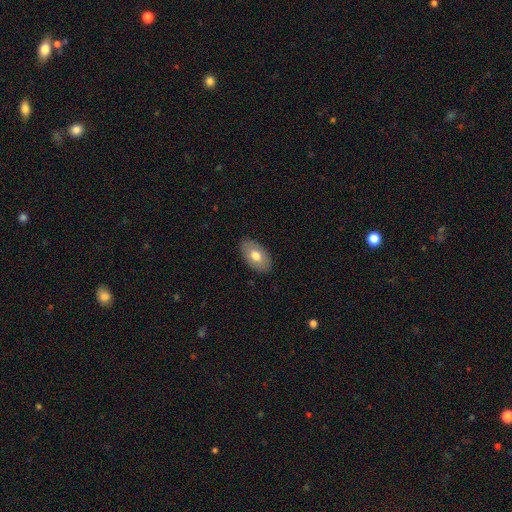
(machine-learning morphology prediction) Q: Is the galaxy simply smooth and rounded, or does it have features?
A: smooth — 71%.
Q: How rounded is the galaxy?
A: in between — 93%.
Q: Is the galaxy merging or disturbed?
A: none — 86%.